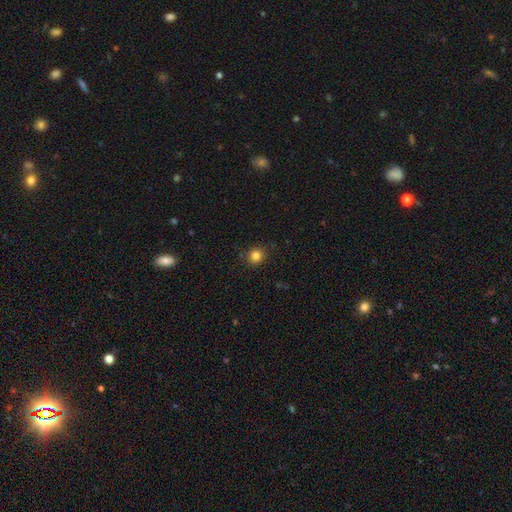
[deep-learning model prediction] This is clearly a smooth galaxy (83%). How rounded: clearly round (88%). Merging: clearly none (90%).